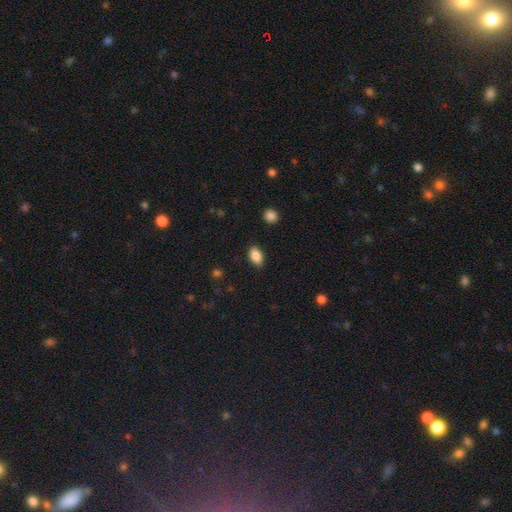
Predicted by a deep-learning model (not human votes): smooth_or_featured: smooth (p=0.87) [alt: star or artifact p=0.08]
how_rounded: in between (p=0.91) [alt: round p=0.07]
merging: none (p=0.87) [alt: minor disturbance p=0.10]